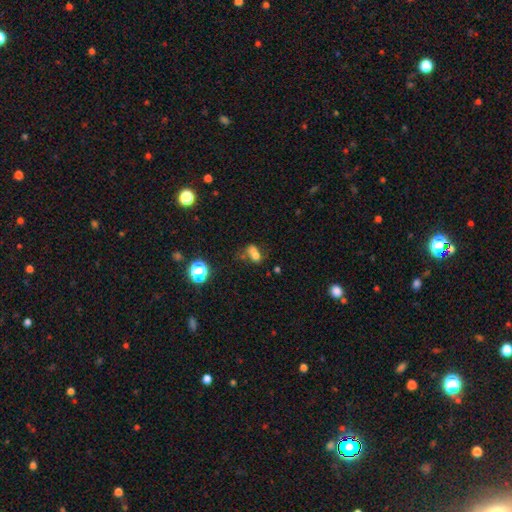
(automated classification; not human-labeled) Smooth or featured: smooth — 65% (star or artifact — 18%)
How rounded: in between — 70% (round — 25%)
Merging: merger — 34% (none — 33%)